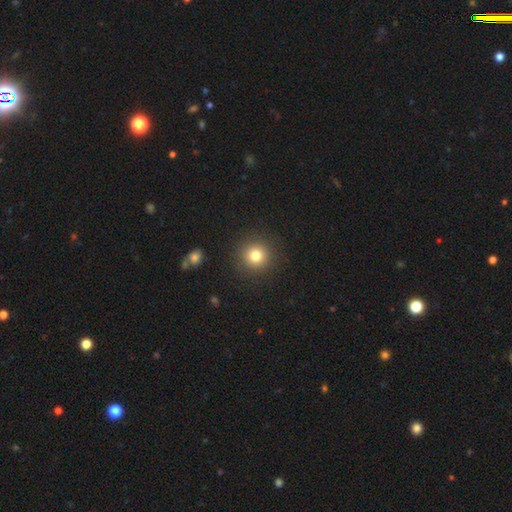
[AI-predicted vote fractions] Morphology: type=smooth (80%); roundness=round (94%); merging=none (90%).